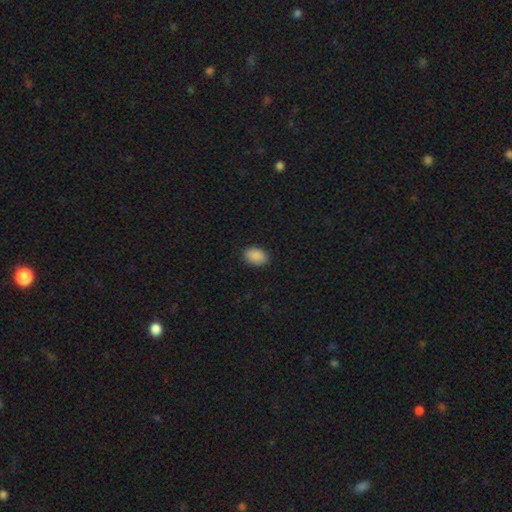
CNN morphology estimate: This appears to be a smooth galaxy with no disk features (90%) that is in between round and cigar-shaped (83%). Merging: none (89%).